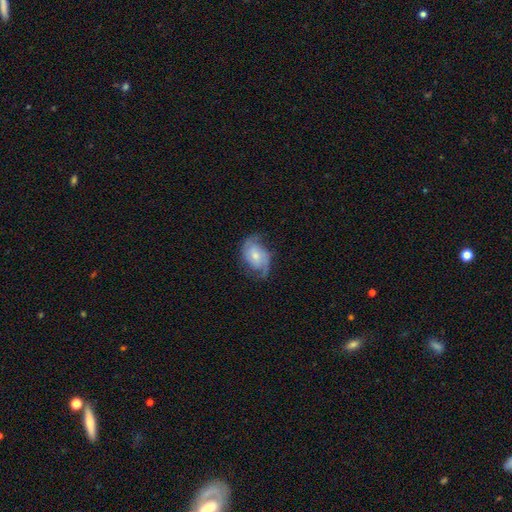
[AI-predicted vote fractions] Smooth or featured? Predicted: featured or disk (p=0.69). Edge-on disk? Predicted: no (p=0.97). Bar? Predicted: no (p=0.58). Spiral arms? Predicted: yes (p=0.91). Spiral winding? Predicted: medium (p=0.43). Spiral arm count? Predicted: 2 (p=0.81). Bulge size? Predicted: small (p=0.48). Merging? Predicted: none (p=0.61).